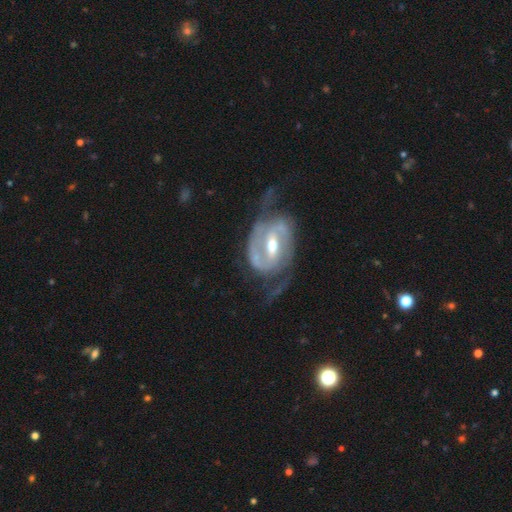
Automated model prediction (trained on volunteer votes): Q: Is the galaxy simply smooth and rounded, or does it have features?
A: featured or disk — 88%.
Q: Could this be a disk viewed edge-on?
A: no — 96%.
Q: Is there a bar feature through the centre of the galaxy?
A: strong — 48%.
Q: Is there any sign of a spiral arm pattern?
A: yes — 92%.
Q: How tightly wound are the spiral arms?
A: medium — 45%.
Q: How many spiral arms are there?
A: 2 — 85%.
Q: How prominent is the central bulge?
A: moderate — 68%.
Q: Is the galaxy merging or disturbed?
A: none — 56%.